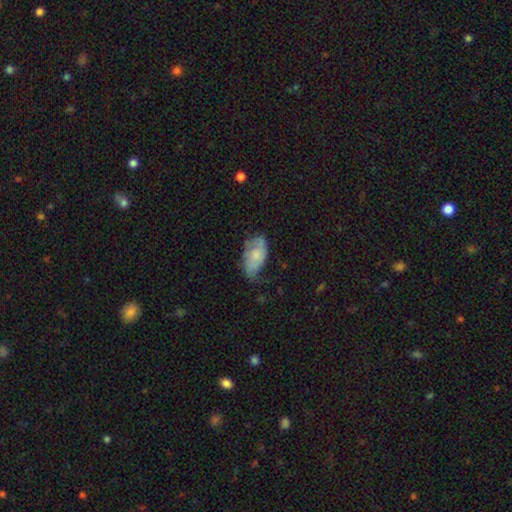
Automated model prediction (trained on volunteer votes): smooth-or-featured: smooth: 55% | featured or disk: 38% | star or artifact: 7%
  how-rounded: in between: 93% | round: 5% | cigar-shaped: 3%
  merging: none: 44% | minor disturbance: 36% | major disturbance: 18% | merger: 2%